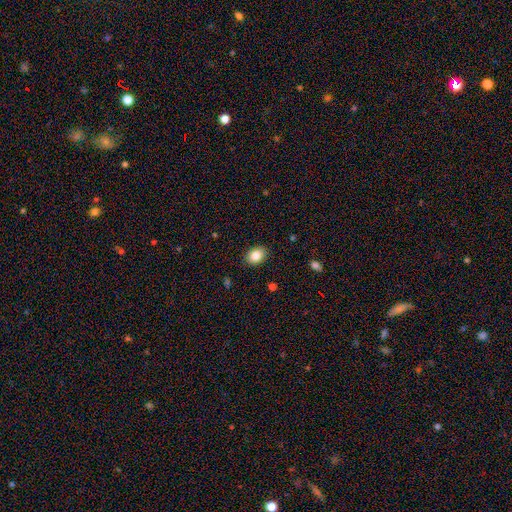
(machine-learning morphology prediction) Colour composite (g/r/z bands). It shows a smooth galaxy with no disk features (85%) that is in between round and cigar-shaped (71%). Merging: none (88%).